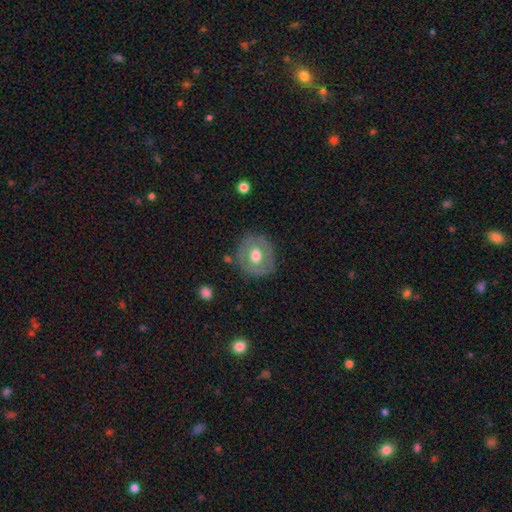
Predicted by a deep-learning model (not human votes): smooth_or_featured: smooth (p=0.51) [alt: featured or disk p=0.42]
how_rounded: round (p=0.76) [alt: in between p=0.23]
merging: none (p=0.78) [alt: minor disturbance p=0.15]